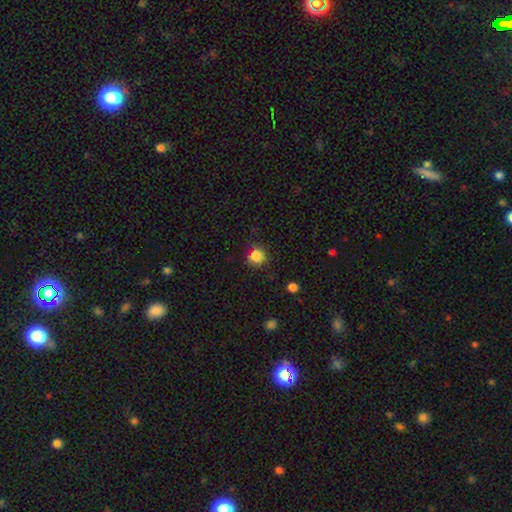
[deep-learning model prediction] A smooth galaxy with no disk features (85%) that is round (90%). Merging: none (79%).